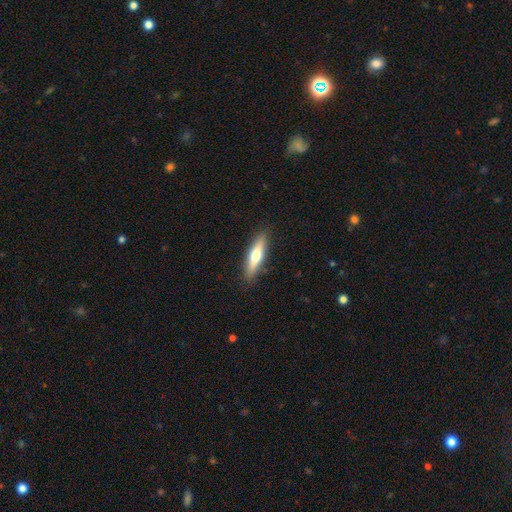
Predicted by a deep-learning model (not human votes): Smooth or featured: smooth — 54% (featured or disk — 41%)
How rounded: cigar-shaped — 74% (in between — 24%)
Merging: none — 89% (minor disturbance — 8%)